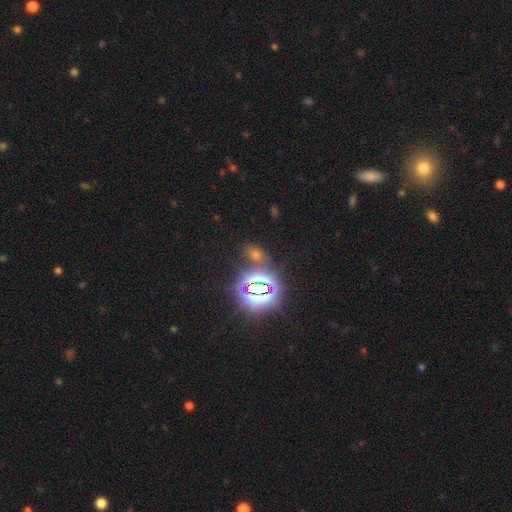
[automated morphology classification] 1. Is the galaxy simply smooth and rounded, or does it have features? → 69% star or artifact, 23% smooth, 8% featured or disk.